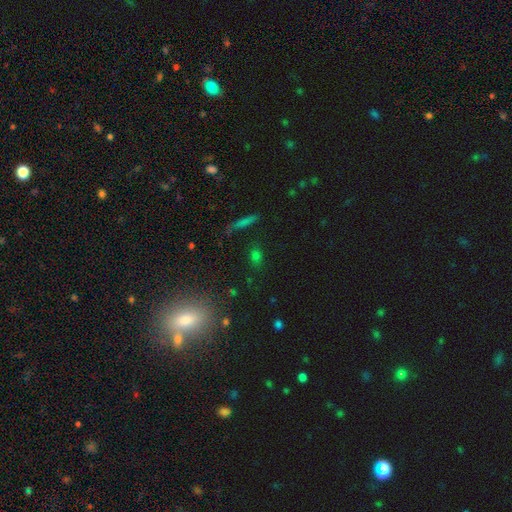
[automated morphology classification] smooth 64%, star or artifact 26%, featured or disk 9%. Down the decision tree: how rounded — in between (60%); merging — none (79%).